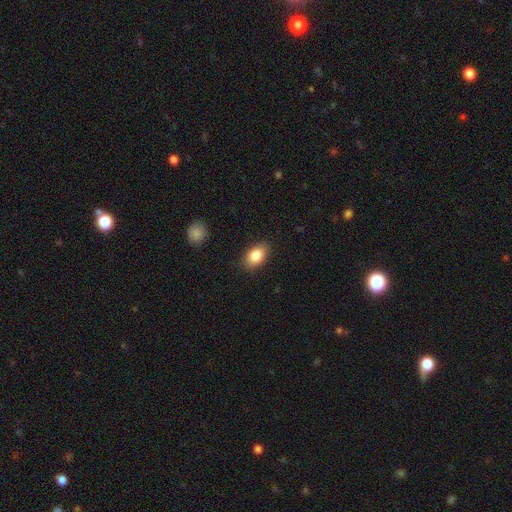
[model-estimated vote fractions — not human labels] The model was most divided on "smooth or featured": smooth: 85%, featured or disk: 8%, star or artifact: 7%. More confident: how rounded — in between (89%); merging — none (87%).